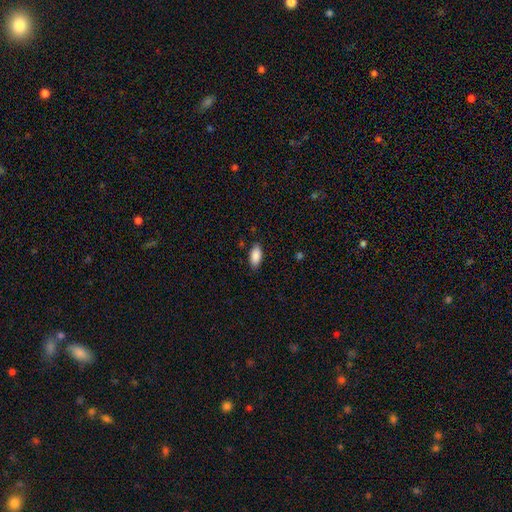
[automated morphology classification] This appears to be a smooth galaxy with no disk features (89%) that is in between round and cigar-shaped (92%). Merging: none (86%).